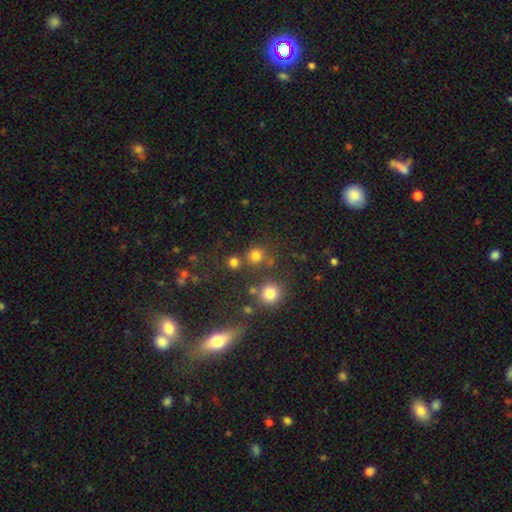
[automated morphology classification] A smooth galaxy with no disk features (77%) that is round (91%). Merging: none (74%).